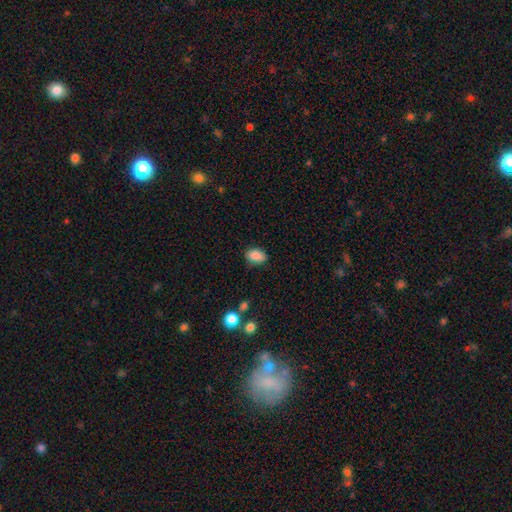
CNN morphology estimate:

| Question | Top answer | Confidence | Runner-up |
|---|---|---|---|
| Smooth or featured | smooth | 87% | star or artifact (9%) |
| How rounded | in between | 84% | round (15%) |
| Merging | none | 82% | minor disturbance (13%) |